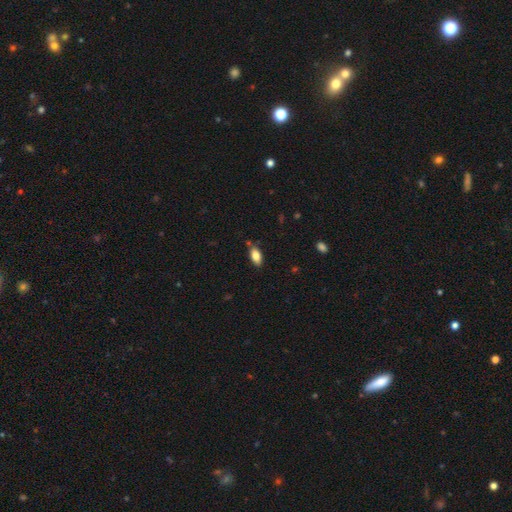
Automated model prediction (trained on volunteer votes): smooth 82%, featured or disk 10%, star or artifact 8%. Down the decision tree: how rounded — in between (90%); merging — none (80%).